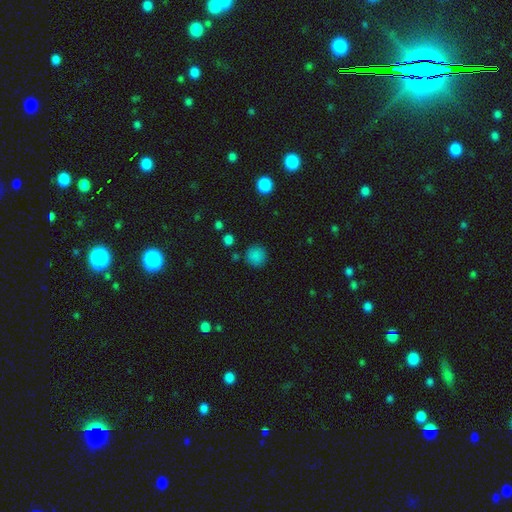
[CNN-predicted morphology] A smooth galaxy with no disk features (84%) that is round (92%). Merging: none (86%).